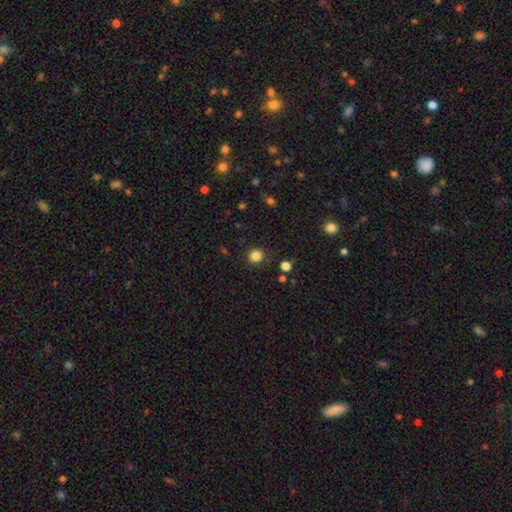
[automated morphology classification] Smooth or featured: smooth — 83% (star or artifact — 13%)
How rounded: round — 91% (in between — 8%)
Merging: none — 88% (minor disturbance — 8%)